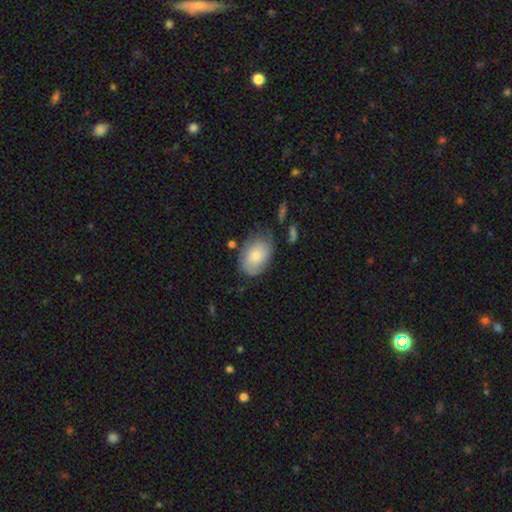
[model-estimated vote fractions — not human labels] Overall: smooth (67%). How rounded: in between (83%). Merging: none (66%).